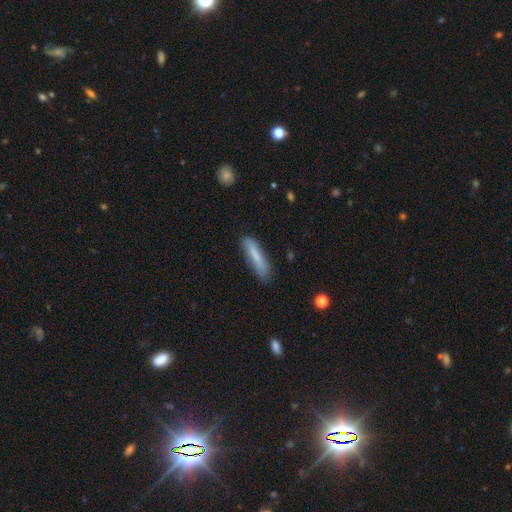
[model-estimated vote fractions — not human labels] smooth 78%, featured or disk 16%, star or artifact 7%. Down the decision tree: how rounded — cigar-shaped (85%); merging — none (79%).